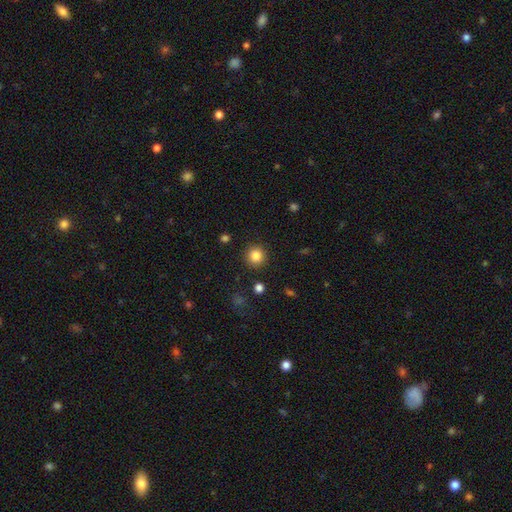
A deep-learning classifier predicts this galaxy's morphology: Overall: smooth (85%). How rounded: round (94%). Merging: none (91%).